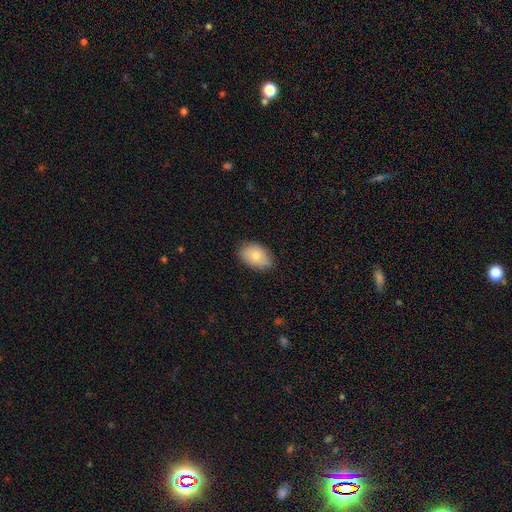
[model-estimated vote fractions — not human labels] Smooth or featured? smooth (80%)
How rounded? in between (87%)
Merging? none (81%)